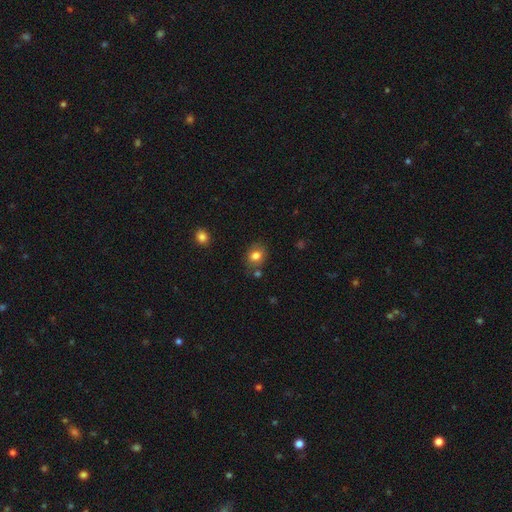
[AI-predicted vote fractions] smooth_or_featured: smooth (p=0.81) [alt: star or artifact p=0.11]
how_rounded: round (p=0.58) [alt: in between p=0.41]
merging: none (p=0.76) [alt: minor disturbance p=0.14]